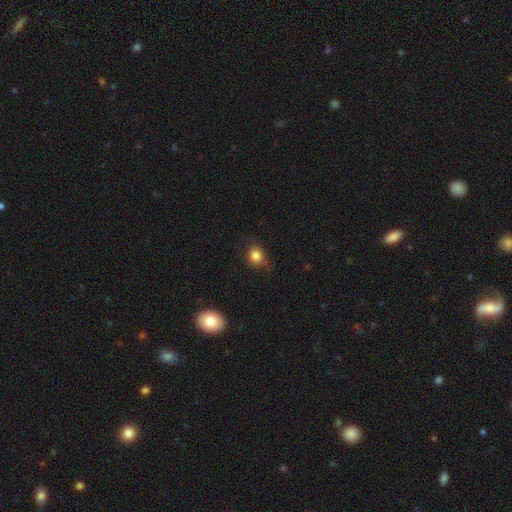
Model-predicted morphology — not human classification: Overall: smooth (83%). How rounded: round (67%; in between 32%). Merging: none (74%).